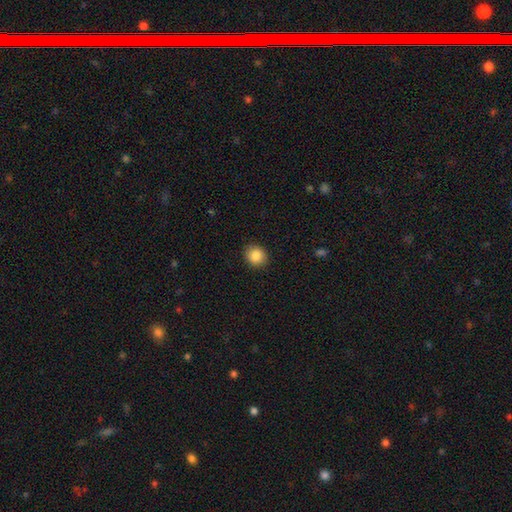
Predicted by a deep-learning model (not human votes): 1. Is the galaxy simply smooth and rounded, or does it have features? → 87% smooth, 9% star or artifact, 4% featured or disk.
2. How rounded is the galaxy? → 83% round, 16% in between, 1% cigar-shaped.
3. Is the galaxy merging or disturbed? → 90% none, 7% minor disturbance, 2% major disturbance, 1% merger.